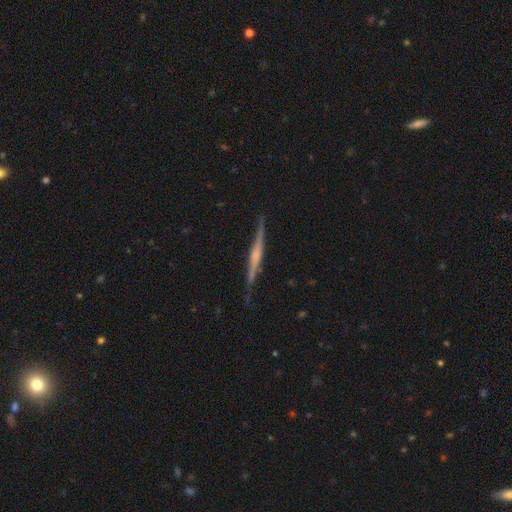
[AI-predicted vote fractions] Smooth or featured? featured or disk (75%)
Edge-on disk? yes (97%)
Edge-on bulge? rounded (49%)
Merging? none (83%)